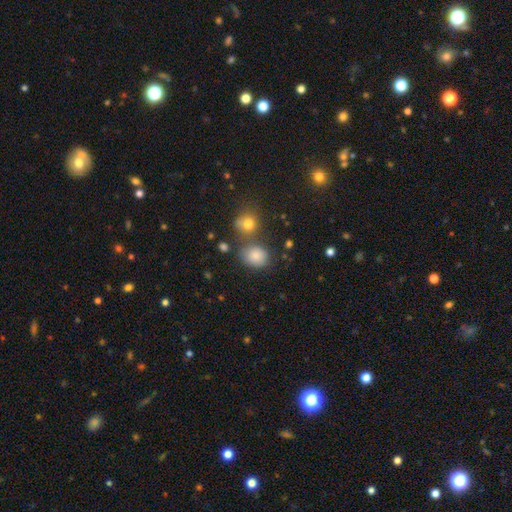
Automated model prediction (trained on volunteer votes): smooth 82%, star or artifact 12%, featured or disk 7%. Down the decision tree: how rounded — round (53%); merging — none (65%).